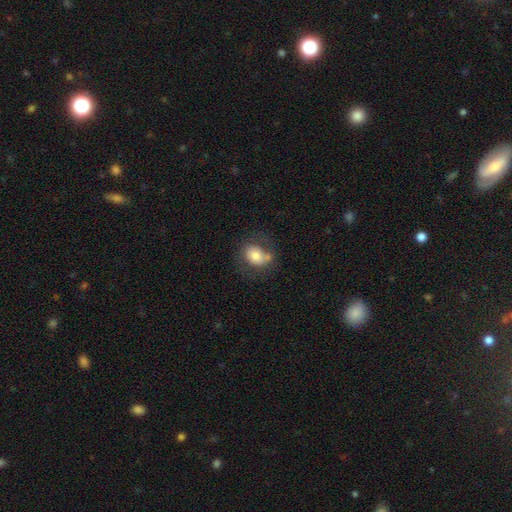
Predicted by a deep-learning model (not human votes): This appears to be a smooth galaxy with no disk features (71%) that is round (50%). Merging: none (55%).